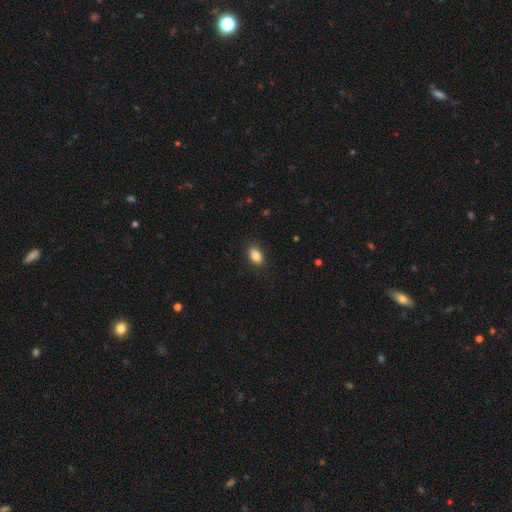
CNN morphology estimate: This is clearly a smooth galaxy (88%). How rounded: clearly in between (85%). Merging: clearly none (87%).